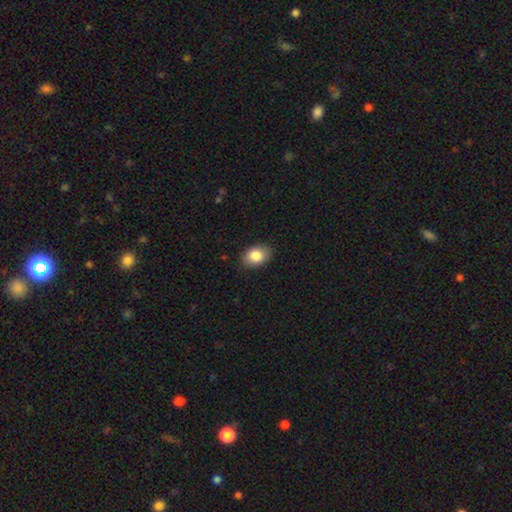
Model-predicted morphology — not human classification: Overall: smooth (85%). How rounded: in between (79%). Merging: none (85%).